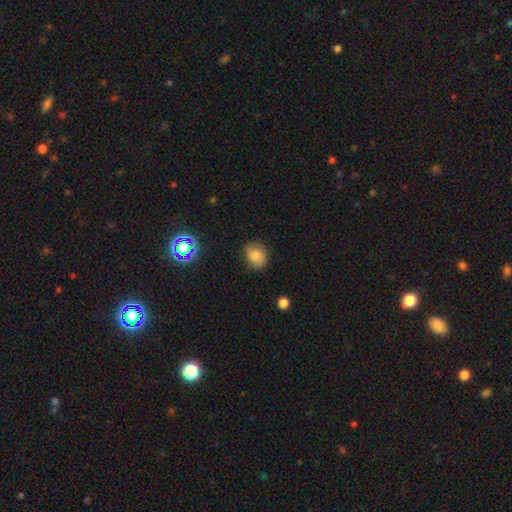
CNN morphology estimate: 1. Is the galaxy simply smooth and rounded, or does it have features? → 79% smooth, 12% star or artifact, 9% featured or disk.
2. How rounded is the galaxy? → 50% in between, 49% round, 1% cigar-shaped.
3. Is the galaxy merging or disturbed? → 81% none, 14% minor disturbance, 3% major disturbance, 1% merger.